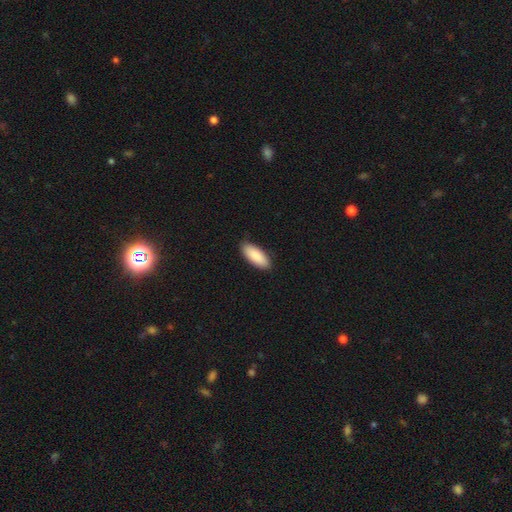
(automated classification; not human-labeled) This is clearly a smooth galaxy (90%). How rounded: clearly in between (81%). Merging: clearly none (87%).